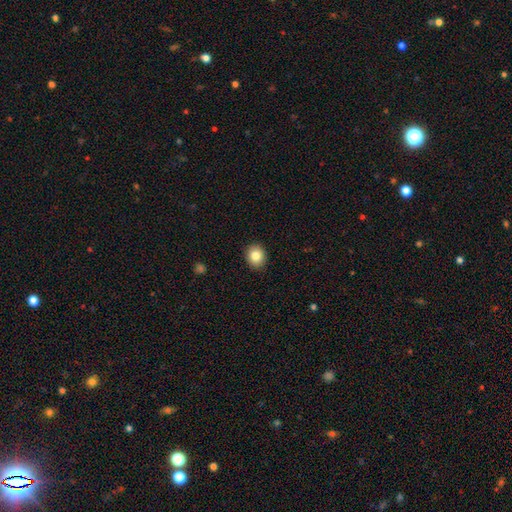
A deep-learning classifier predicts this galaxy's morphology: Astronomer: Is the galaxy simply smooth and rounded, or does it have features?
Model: smooth — 84%.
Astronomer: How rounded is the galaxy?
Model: round — 71%.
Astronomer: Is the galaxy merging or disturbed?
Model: none — 91%.